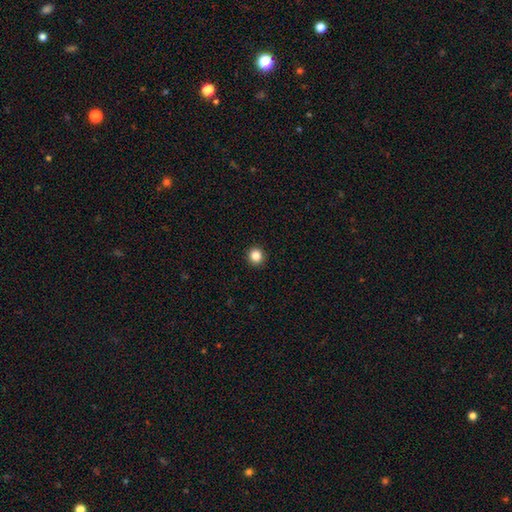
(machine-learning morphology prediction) Smooth or featured? Predicted: smooth (p=0.85). How rounded? Predicted: round (p=0.93). Merging? Predicted: none (p=0.93).